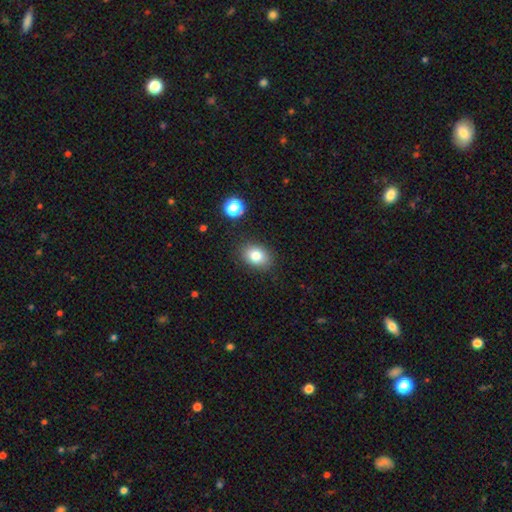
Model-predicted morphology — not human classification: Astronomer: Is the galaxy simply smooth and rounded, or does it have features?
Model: smooth — 81%.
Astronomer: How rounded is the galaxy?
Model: in between — 66%.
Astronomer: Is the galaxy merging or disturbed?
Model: none — 86%.